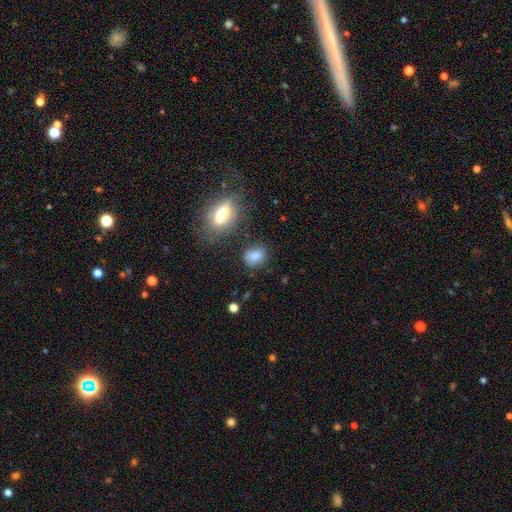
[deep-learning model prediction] smooth 80%, star or artifact 11%, featured or disk 9%. Down the decision tree: how rounded — in between (63%); merging — none (65%).